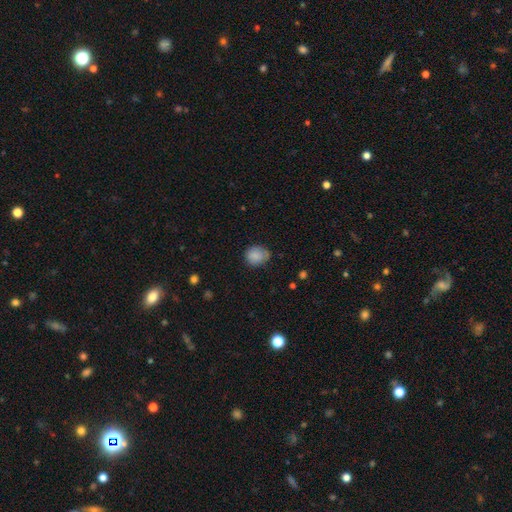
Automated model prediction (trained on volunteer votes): Overall: smooth (85%). How rounded: round (65%; in between 34%). Merging: none (64%; minor disturbance 28%).